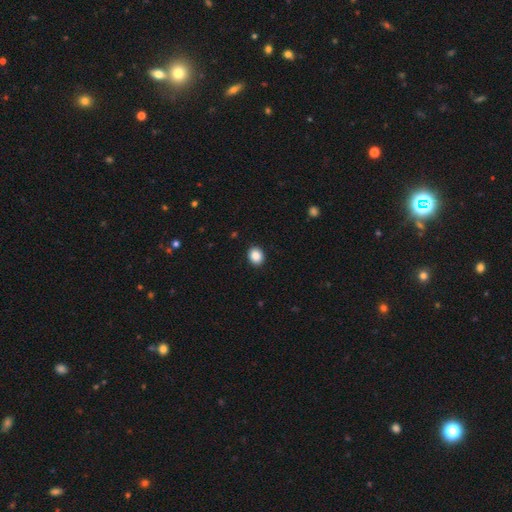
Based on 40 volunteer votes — A smooth galaxy with no disk features (92%) that is round (62%).

Vote fractions:
- Smooth or featured? smooth: 92% / star or artifact: 5% / featured or disk: 2%
- How rounded? round: 62% / in between: 38% / cigar-shaped: 0%
- Merging? none: 92% / minor disturbance: 8% / major disturbance: 0% / merger: 0%